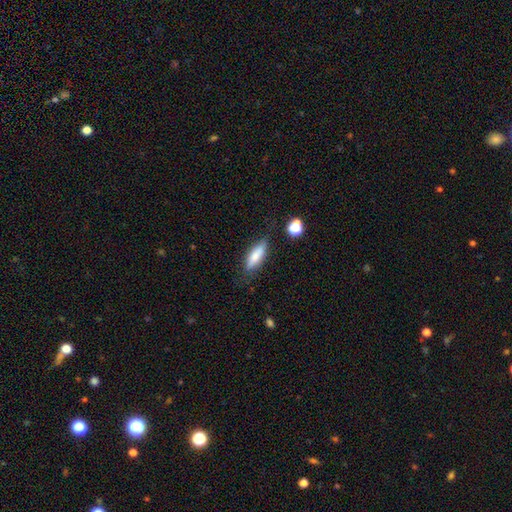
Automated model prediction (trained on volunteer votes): This is likely a smooth galaxy (73%). How rounded: possibly in between (50%). Merging: likely none (73%).